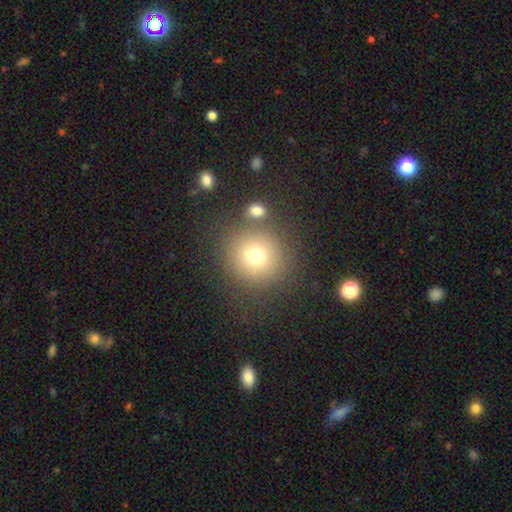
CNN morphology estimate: Smooth or featured? Predicted: smooth (p=0.71). How rounded? Predicted: round (p=0.92). Merging? Predicted: none (p=0.71).